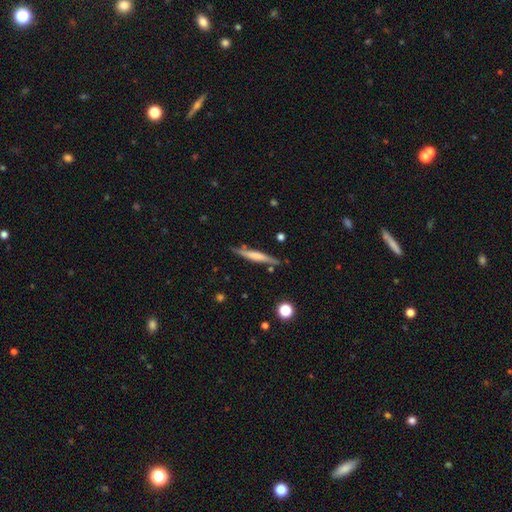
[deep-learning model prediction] This is possibly a featured or disk galaxy (47%, tied with smooth). Merging: clearly none (83%).